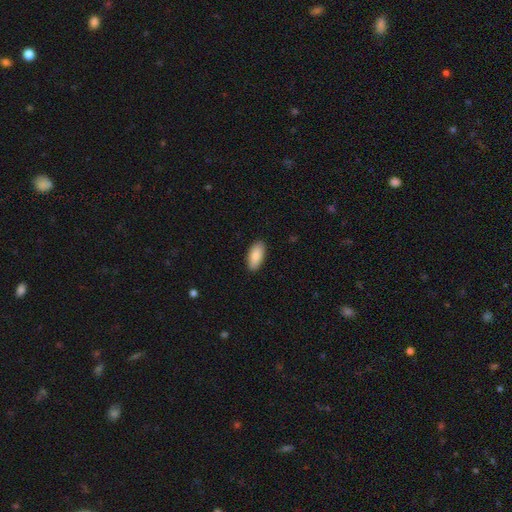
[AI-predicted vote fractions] Smooth or featured?
  - smooth: 88% *
  - featured or disk: 6%
  - star or artifact: 6%
How rounded?
  - in between: 89% *
  - cigar-shaped: 9%
  - round: 2%
Merging?
  - none: 89% *
  - minor disturbance: 8%
  - major disturbance: 2%
  - merger: 1%